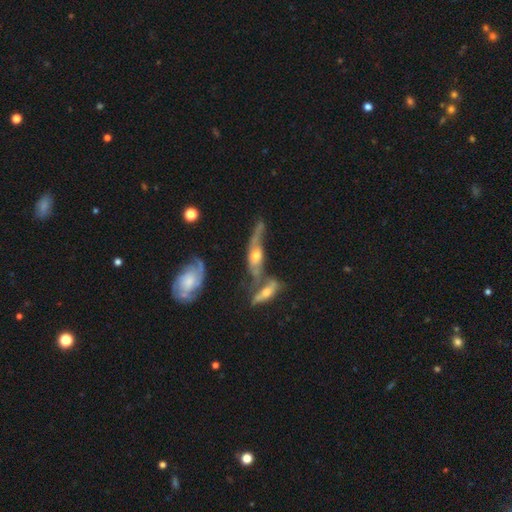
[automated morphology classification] Q: Smooth or featured?
A: featured or disk (69%); runner-up: smooth (24%)
Q: Edge-on disk?
A: no (61%); runner-up: yes (39%)
Q: Merging?
A: merger (47%); runner-up: none (23%)